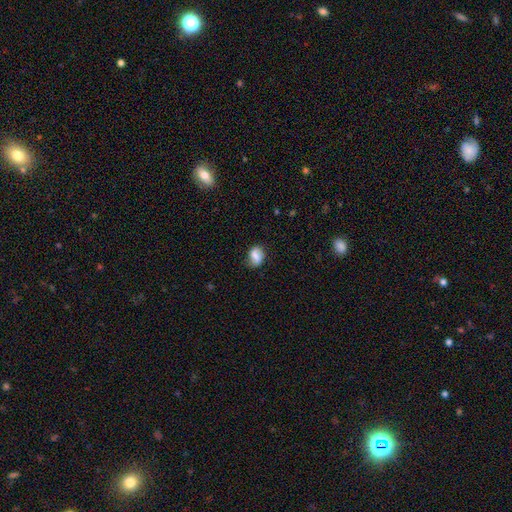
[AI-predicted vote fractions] smooth 64%, featured or disk 27%, star or artifact 9%. Down the decision tree: how rounded — in between (67%); merging — none (67%).